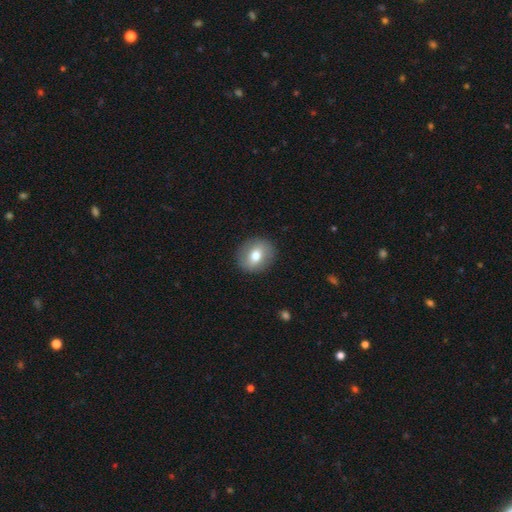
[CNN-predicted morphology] type=smooth (69%); roundness=round (71%); merging=none (89%).